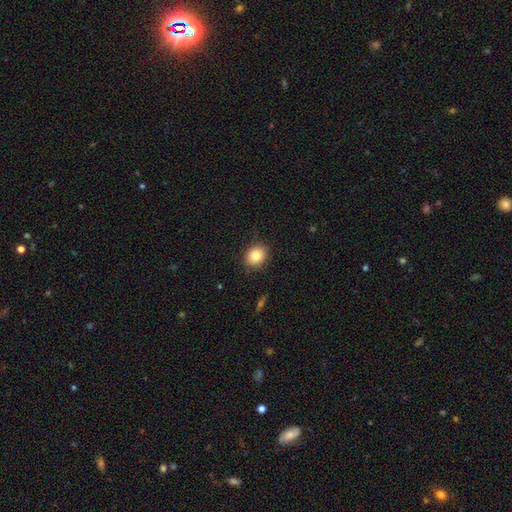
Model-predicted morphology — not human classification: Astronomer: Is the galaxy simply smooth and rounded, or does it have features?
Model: smooth — 82%.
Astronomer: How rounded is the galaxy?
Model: round — 71%.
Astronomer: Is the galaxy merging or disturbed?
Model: none — 87%.